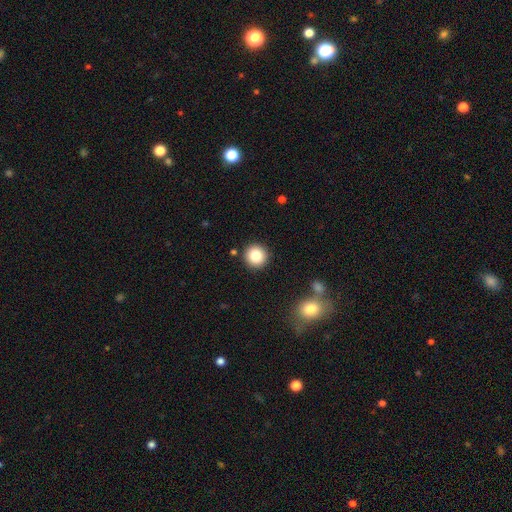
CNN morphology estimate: smooth_or_featured: smooth (p=0.83) [alt: star or artifact p=0.10]
how_rounded: round (p=0.95) [alt: in between p=0.04]
merging: none (p=0.90) [alt: minor disturbance p=0.06]